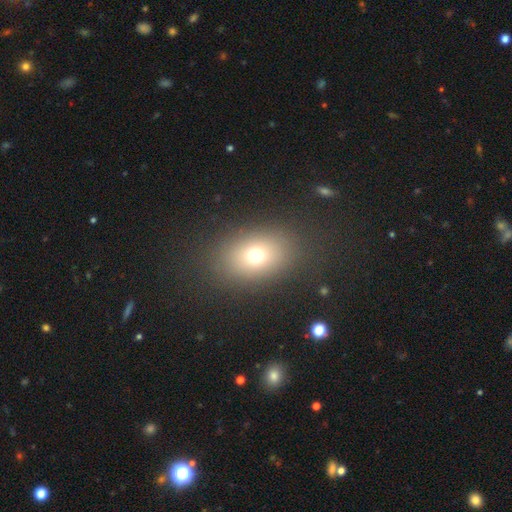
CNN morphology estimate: This appears to be a smooth galaxy with no disk features (70%) that is in between round and cigar-shaped (66%). Merging: none (83%).